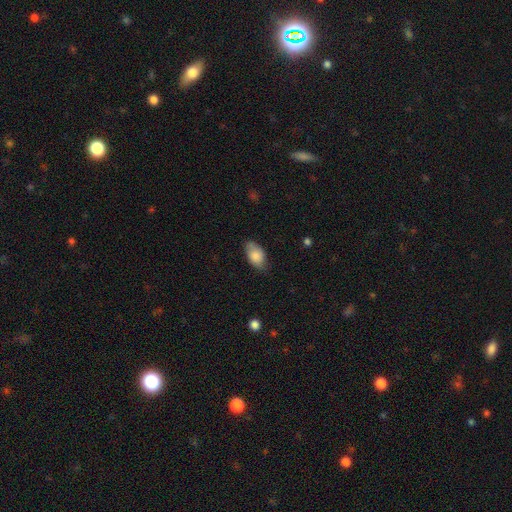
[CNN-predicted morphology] Overall: smooth (83%). How rounded: in between (92%). Merging: none (69%).